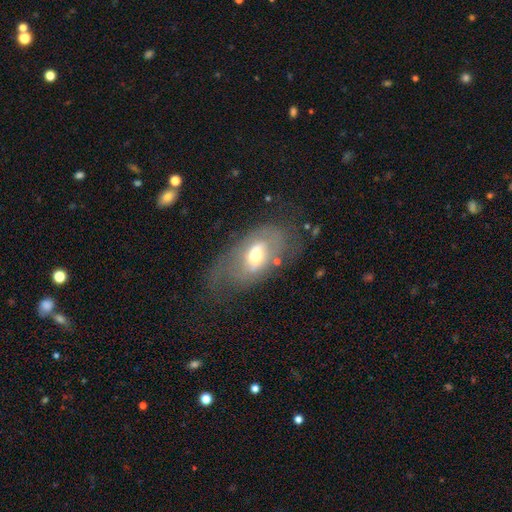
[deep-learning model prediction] Morphology: type=featured or disk (58%); edge-on=no (90%); bar=no (42%); spiral arms=yes (51%); bulge=moderate (65%); merging=none (51%).